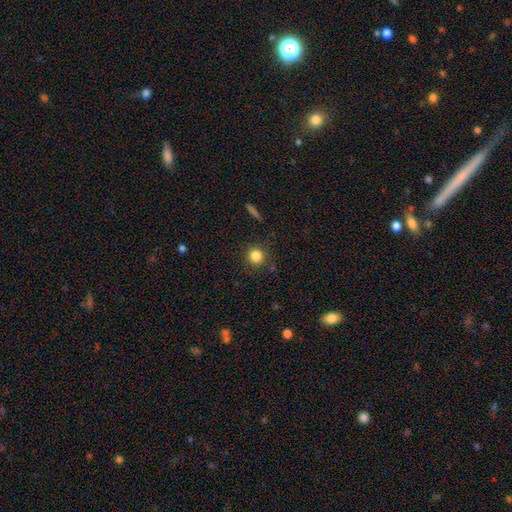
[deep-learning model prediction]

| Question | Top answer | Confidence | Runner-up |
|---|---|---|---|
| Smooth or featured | smooth | 83% | star or artifact (11%) |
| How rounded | round | 92% | in between (7%) |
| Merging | none | 86% | minor disturbance (9%) |